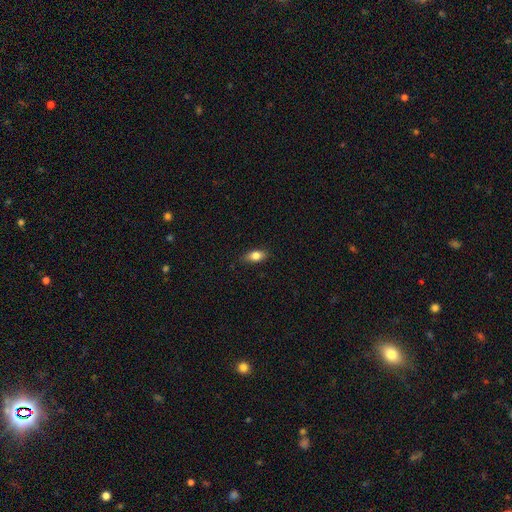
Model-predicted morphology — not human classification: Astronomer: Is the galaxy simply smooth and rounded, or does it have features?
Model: smooth — 78%.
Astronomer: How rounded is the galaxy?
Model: in between — 82%.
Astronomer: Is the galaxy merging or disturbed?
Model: none — 83%.